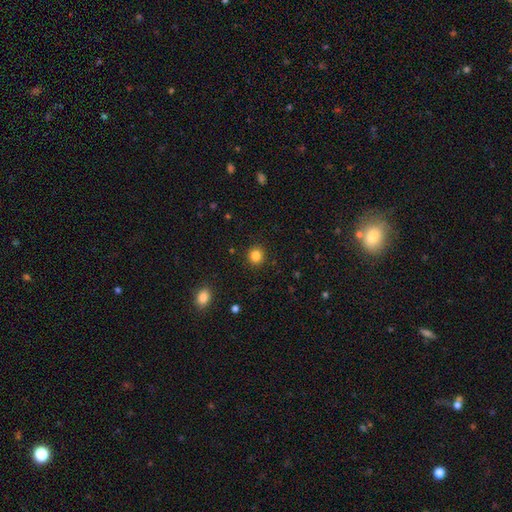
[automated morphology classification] Q: Smooth or featured?
A: smooth (84%); runner-up: star or artifact (12%)
Q: How rounded?
A: round (92%); runner-up: in between (7%)
Q: Merging?
A: none (92%); runner-up: minor disturbance (5%)